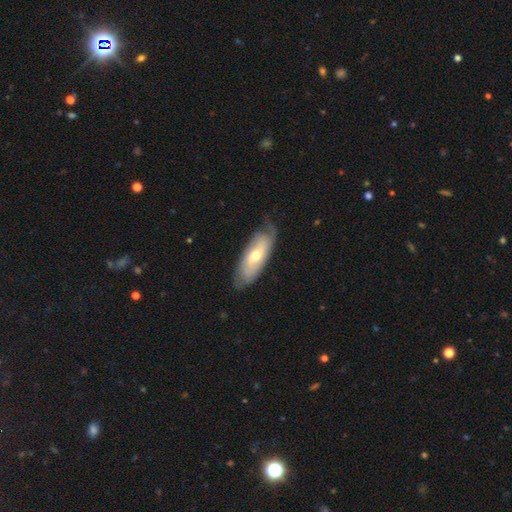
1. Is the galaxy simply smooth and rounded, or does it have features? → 55% featured or disk, 39% smooth, 5% star or artifact.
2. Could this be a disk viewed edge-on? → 81% no, 19% yes.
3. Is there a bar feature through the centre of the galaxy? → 65% no, 35% weak, 0% strong.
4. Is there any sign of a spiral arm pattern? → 71% yes, 29% no.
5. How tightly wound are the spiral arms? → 50% tight, 42% loose, 8% medium.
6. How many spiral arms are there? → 50% 2, 42% can't tell, 8% 1, 0% 3, 0% 4, 0% more than 4.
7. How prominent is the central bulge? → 53% moderate, 47% small, 0% dominant, 0% large, 0% none.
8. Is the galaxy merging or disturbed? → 56% none, 39% minor disturbance, 6% major disturbance, 0% merger.